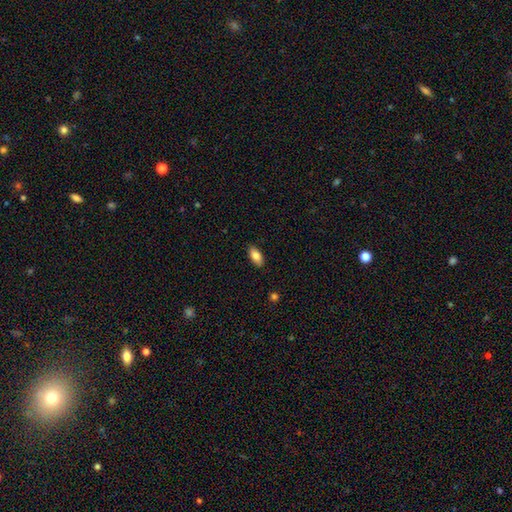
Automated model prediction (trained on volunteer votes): smooth 83%, featured or disk 10%, star or artifact 7%. Down the decision tree: how rounded — in between (90%); merging — none (89%).